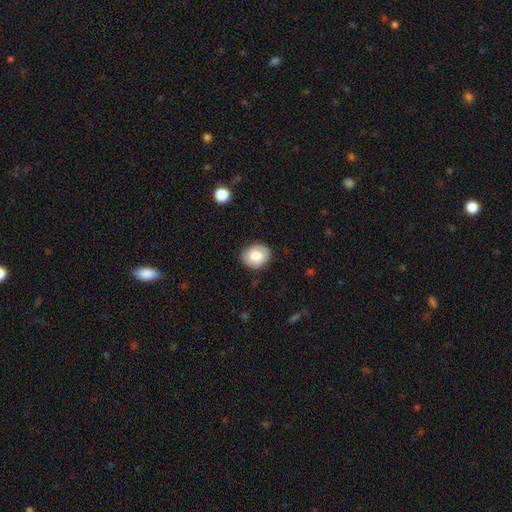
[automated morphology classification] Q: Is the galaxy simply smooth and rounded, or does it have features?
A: smooth — 68%.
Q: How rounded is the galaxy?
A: round — 62%.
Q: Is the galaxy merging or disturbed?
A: none — 84%.